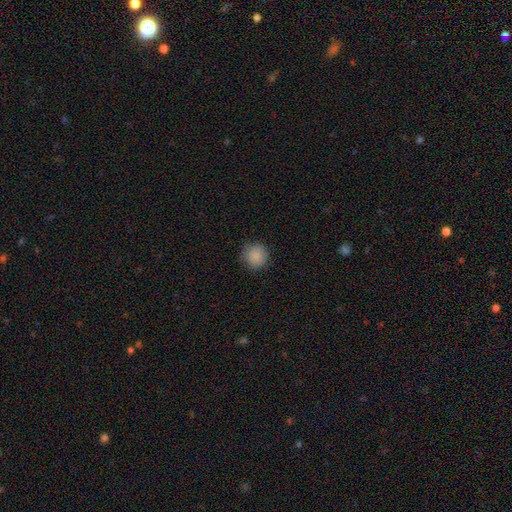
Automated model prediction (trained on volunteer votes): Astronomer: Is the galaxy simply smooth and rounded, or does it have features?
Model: smooth — 87%.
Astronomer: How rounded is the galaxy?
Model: round — 92%.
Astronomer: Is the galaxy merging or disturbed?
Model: none — 81%.